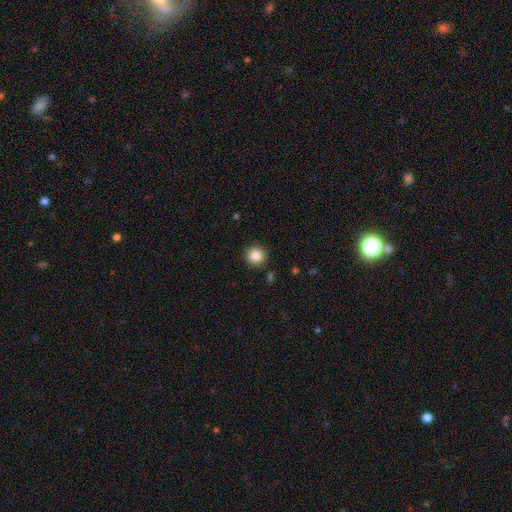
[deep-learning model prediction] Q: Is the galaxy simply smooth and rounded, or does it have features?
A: smooth — 85%.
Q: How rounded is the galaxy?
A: round — 95%.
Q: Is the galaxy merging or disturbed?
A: none — 91%.